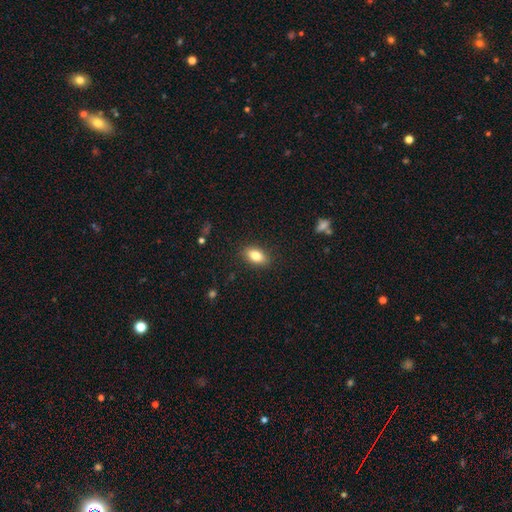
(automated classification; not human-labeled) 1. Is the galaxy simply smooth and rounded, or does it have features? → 83% smooth, 9% featured or disk, 8% star or artifact.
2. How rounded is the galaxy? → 88% in between, 8% round, 4% cigar-shaped.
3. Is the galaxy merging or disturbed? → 87% none, 9% minor disturbance, 2% major disturbance, 1% merger.